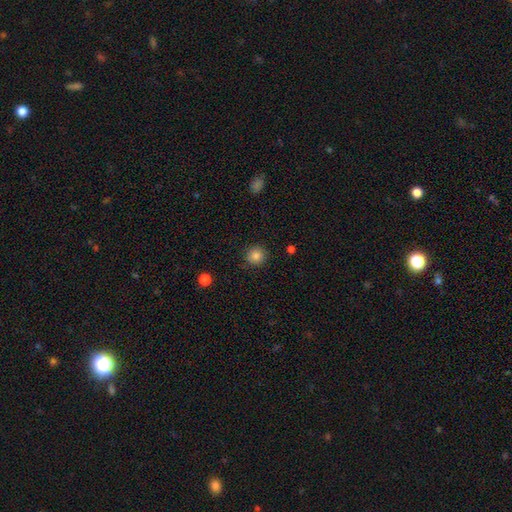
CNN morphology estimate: A smooth galaxy with no disk features (84%) that is round (93%).

Vote fractions:
- Smooth or featured? smooth: 84% / star or artifact: 11% / featured or disk: 5%
- How rounded? round: 93% / in between: 6% / cigar-shaped: 1%
- Merging? none: 89% / minor disturbance: 8% / major disturbance: 2% / merger: 1%